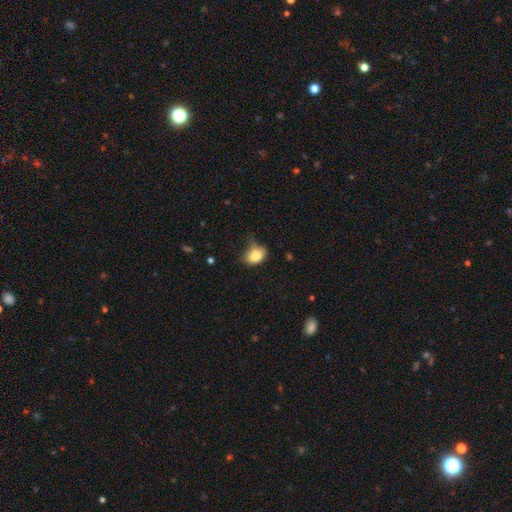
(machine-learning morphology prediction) Overall: smooth (83%). How rounded: in between (79%). Merging: minor disturbance (41%; none 39%).